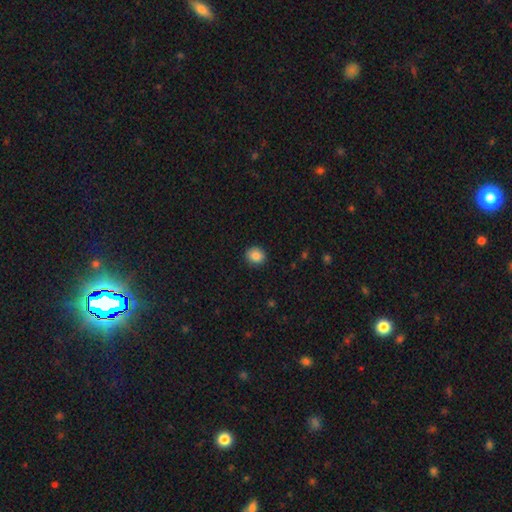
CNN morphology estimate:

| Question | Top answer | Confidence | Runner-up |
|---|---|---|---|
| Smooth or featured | smooth | 87% | star or artifact (9%) |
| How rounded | round | 75% | in between (25%) |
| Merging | none | 89% | minor disturbance (8%) |